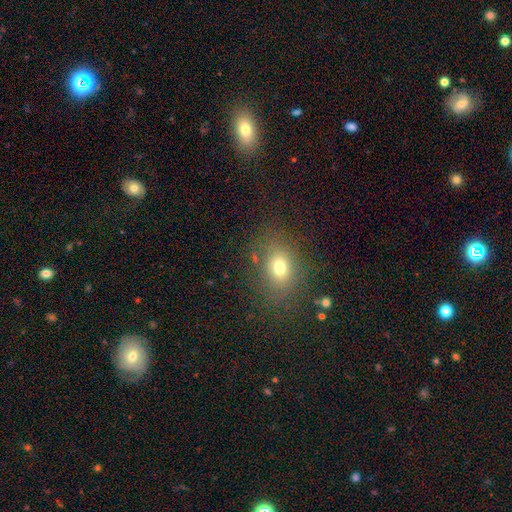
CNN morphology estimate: This is likely a smooth galaxy (64%). How rounded: likely in between (64%). Merging: clearly none (84%).